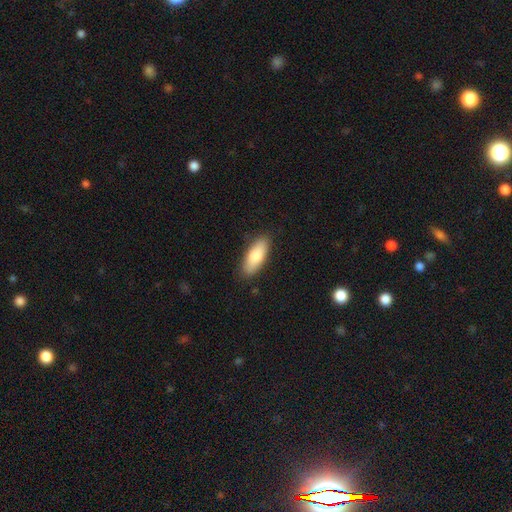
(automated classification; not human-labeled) This is clearly a smooth galaxy (81%). How rounded: likely in between (70%). Merging: clearly none (87%).